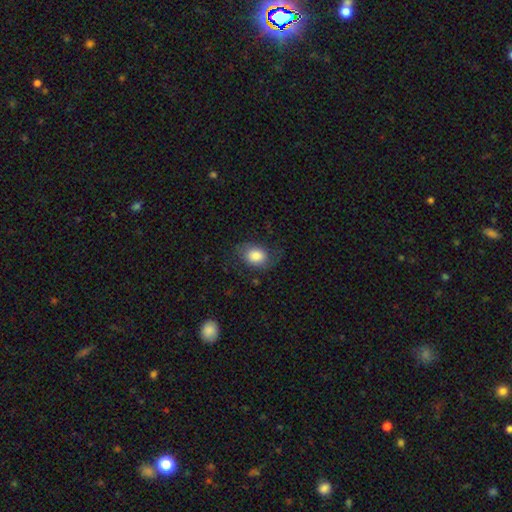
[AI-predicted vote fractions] This appears to be a smooth galaxy with no disk features (71%) that is in between round and cigar-shaped (65%). Merging: none (61%).